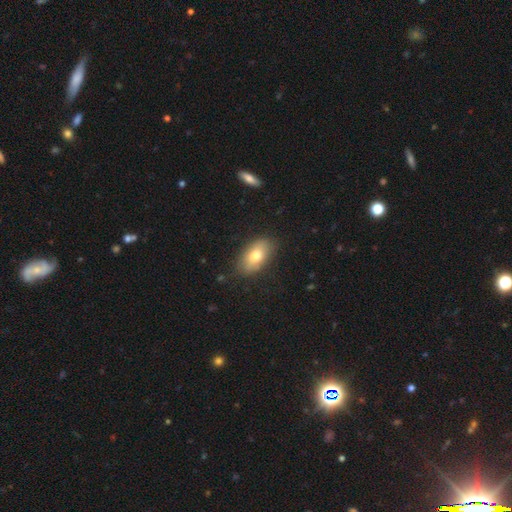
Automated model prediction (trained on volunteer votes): smooth 75%, featured or disk 18%, star or artifact 7%. Down the decision tree: how rounded — in between (91%); merging — none (83%).